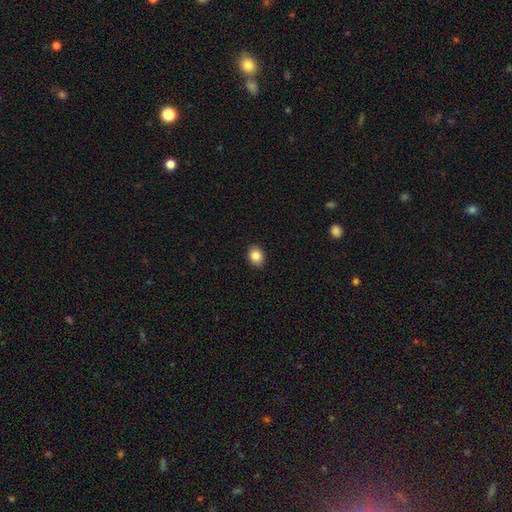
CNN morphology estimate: The model was most divided on "how rounded": in between: 50%, round: 49%, cigar-shaped: 1%. More confident: merging — none (91%); smooth or featured — smooth (85%).